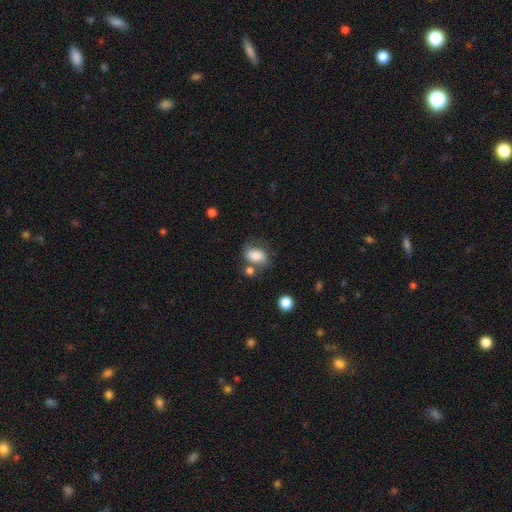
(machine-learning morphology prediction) smooth 79%, featured or disk 13%, star or artifact 9%. Down the decision tree: how rounded — in between (82%); merging — none (53%).